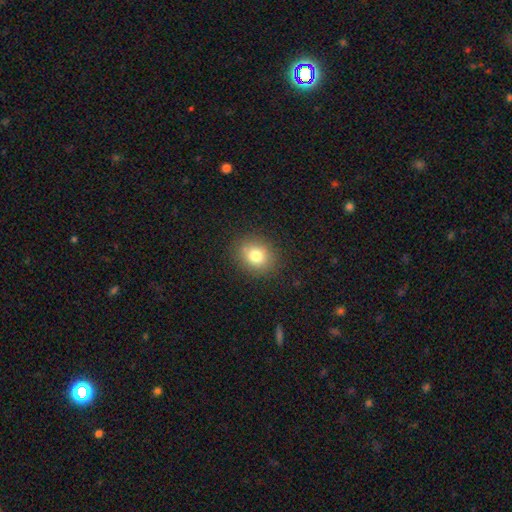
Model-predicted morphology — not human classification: type=smooth (80%); roundness=round (64%); merging=none (86%).